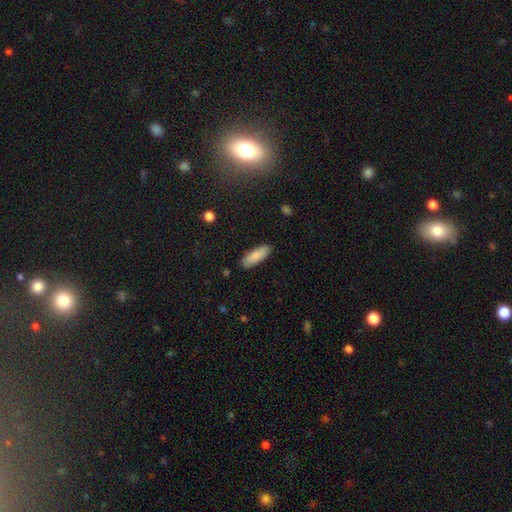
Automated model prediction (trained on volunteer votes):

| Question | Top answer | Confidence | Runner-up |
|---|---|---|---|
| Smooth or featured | smooth | 87% | featured or disk (7%) |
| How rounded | in between | 56% | cigar-shaped (43%) |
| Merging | none | 89% | minor disturbance (8%) |